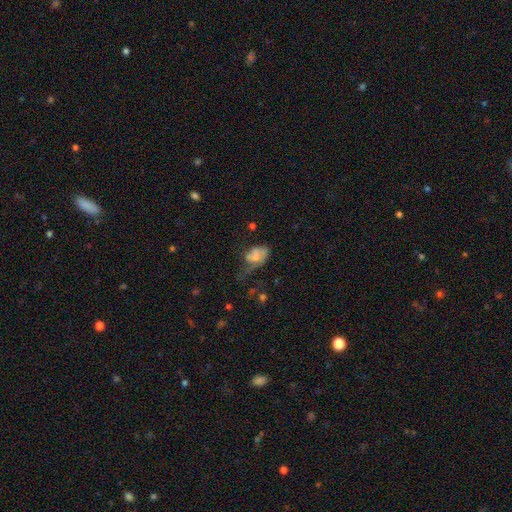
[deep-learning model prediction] A smooth galaxy with no disk features (60%) that is in between round and cigar-shaped (84%).

Vote fractions:
- Smooth or featured? smooth: 60% / featured or disk: 28% / star or artifact: 12%
- How rounded? in between: 84% / round: 14% / cigar-shaped: 2%
- Merging? major disturbance: 41% / minor disturbance: 26% / none: 22% / merger: 11%